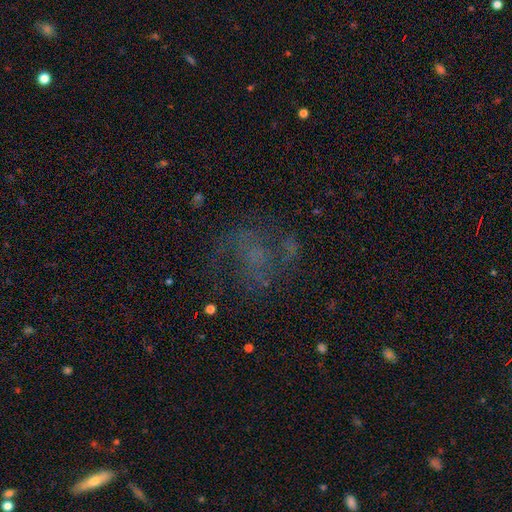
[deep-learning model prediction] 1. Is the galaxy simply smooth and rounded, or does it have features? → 51% featured or disk, 25% smooth, 24% star or artifact.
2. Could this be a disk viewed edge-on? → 98% no, 2% yes.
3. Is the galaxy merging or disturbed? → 53% none, 27% major disturbance, 17% minor disturbance, 3% merger.